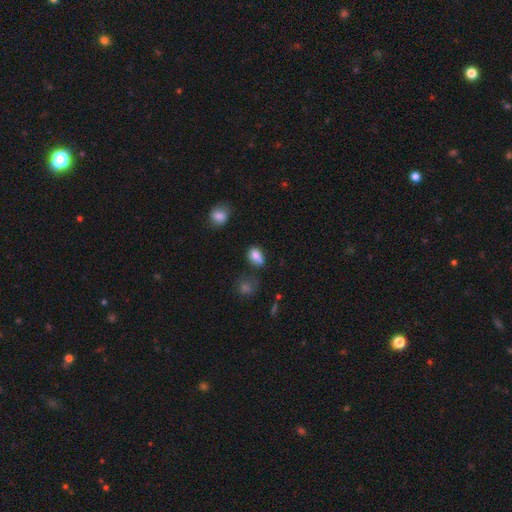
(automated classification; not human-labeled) smooth_or_featured: smooth (p=0.82) [alt: star or artifact p=0.11]
how_rounded: in between (p=0.81) [alt: round p=0.17]
merging: none (p=0.52) [alt: minor disturbance p=0.30]